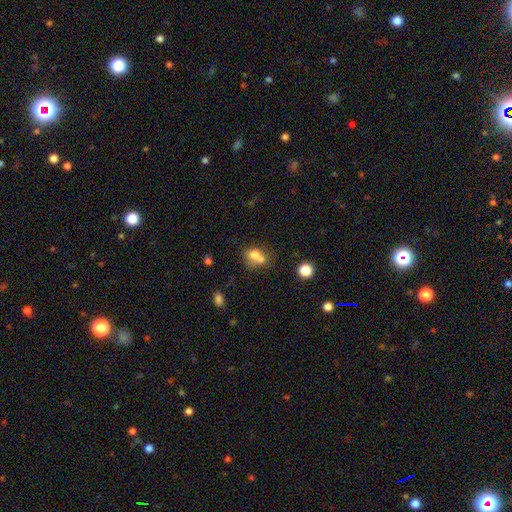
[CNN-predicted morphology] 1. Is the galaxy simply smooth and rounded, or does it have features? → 71% smooth, 16% featured or disk, 12% star or artifact.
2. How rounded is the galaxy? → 52% in between, 47% round, 1% cigar-shaped.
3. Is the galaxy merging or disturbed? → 51% merger, 30% none, 12% minor disturbance, 7% major disturbance.